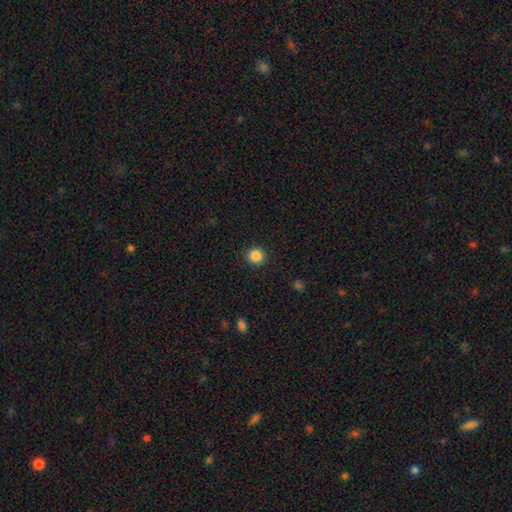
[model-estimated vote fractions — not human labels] Smooth or featured?
  - smooth: 86% *
  - star or artifact: 10%
  - featured or disk: 4%
How rounded?
  - round: 94% *
  - in between: 5%
  - cigar-shaped: 1%
Merging?
  - none: 92% *
  - minor disturbance: 5%
  - major disturbance: 2%
  - merger: 1%